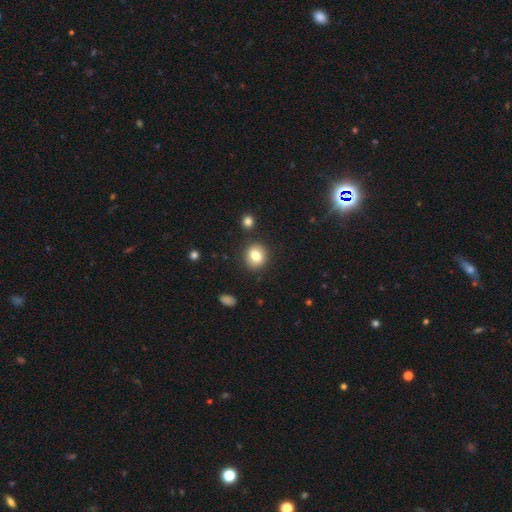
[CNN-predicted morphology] type=smooth (79%); roundness=round (78%); merging=none (87%).